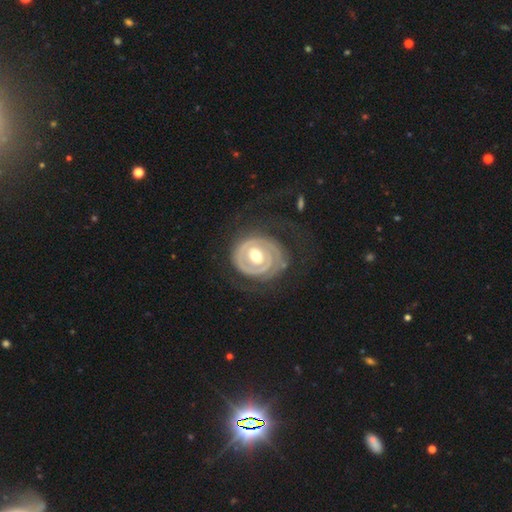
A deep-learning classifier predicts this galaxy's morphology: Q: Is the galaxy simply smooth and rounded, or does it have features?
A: featured or disk — 84%.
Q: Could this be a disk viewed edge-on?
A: no — 97%.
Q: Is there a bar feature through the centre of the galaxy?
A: no — 50%.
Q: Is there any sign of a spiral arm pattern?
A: yes — 82%.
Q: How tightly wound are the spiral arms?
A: tight — 77%.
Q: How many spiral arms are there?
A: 2 — 34%.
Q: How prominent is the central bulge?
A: moderate — 74%.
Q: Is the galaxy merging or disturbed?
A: none — 66%.